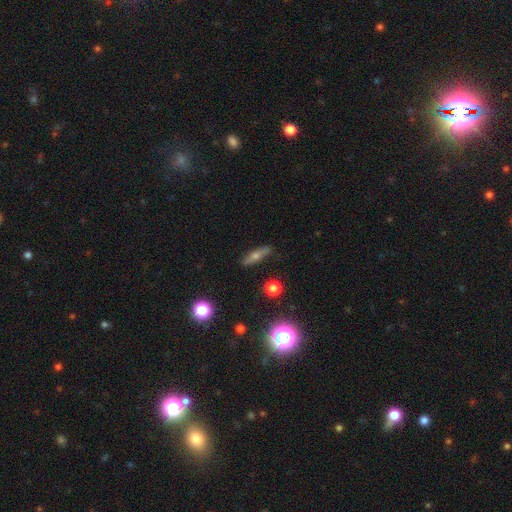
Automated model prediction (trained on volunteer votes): Overall: smooth (45%; featured or disk 44%). Merging: none (81%).